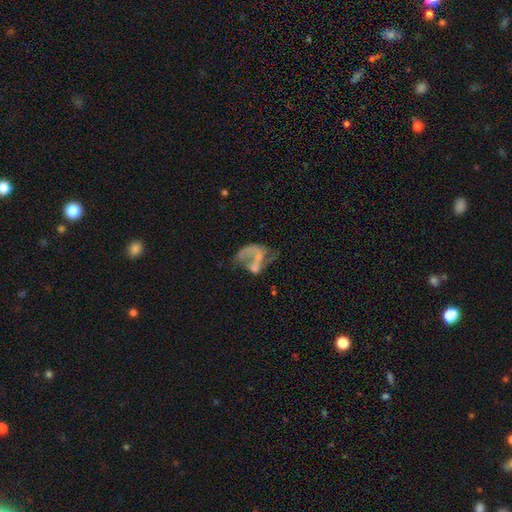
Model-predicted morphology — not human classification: A featured or disk galaxy (61%) with no bar (74%), no spiral arms (61%) and no central bulge (63%). Merging: major disturbance (37%).